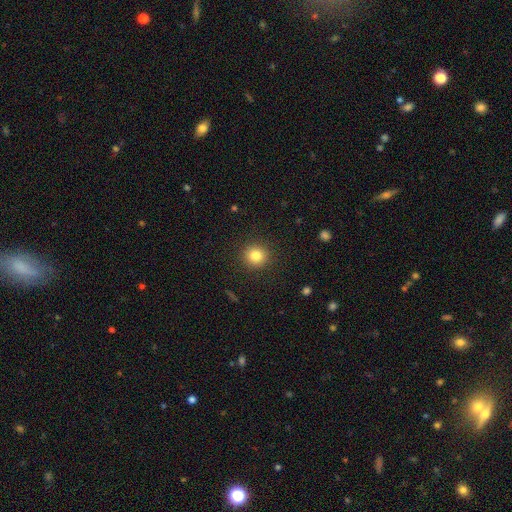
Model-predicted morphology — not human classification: Smooth or featured? Predicted: smooth (p=0.82). How rounded? Predicted: round (p=0.92). Merging? Predicted: none (p=0.91).